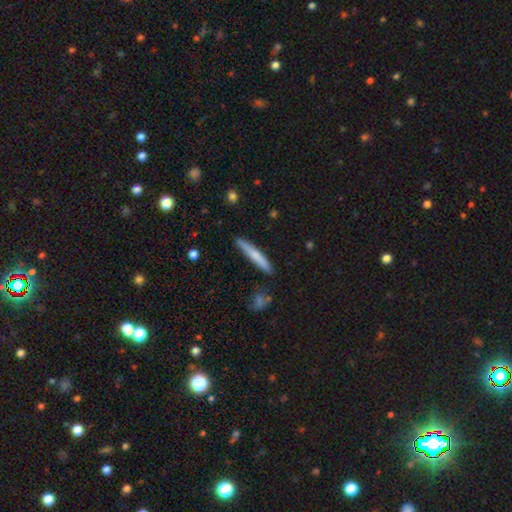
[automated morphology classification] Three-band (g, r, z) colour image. It shows a smooth galaxy with no disk features (67%) that is cigar-shaped (95%). Merging: none (86%).